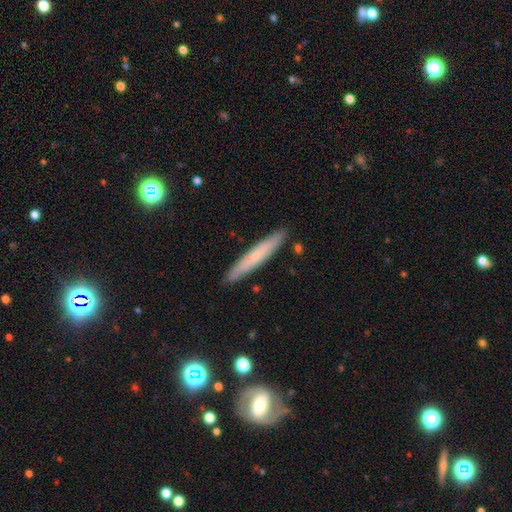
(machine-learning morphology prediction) A smooth galaxy with no disk features (63%) that is cigar-shaped (95%). Merging: none (89%).